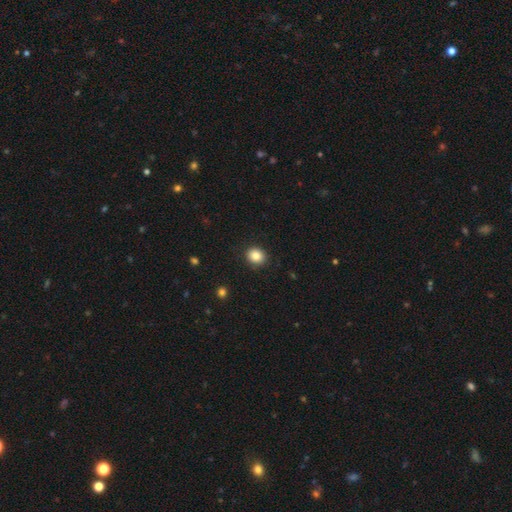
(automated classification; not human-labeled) Smooth or featured: smooth — 85% (star or artifact — 10%)
How rounded: round — 71% (in between — 29%)
Merging: none — 90% (minor disturbance — 7%)